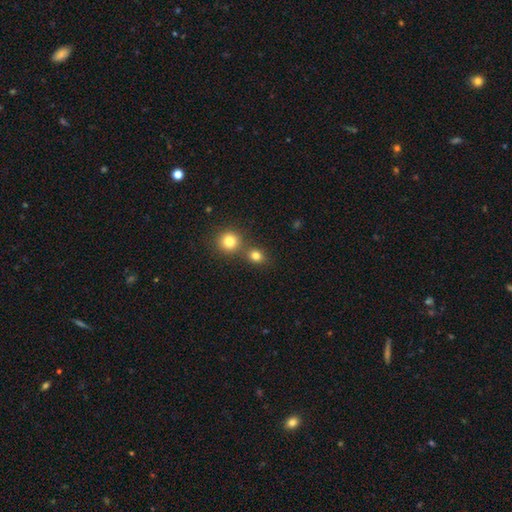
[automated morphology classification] type=smooth (81%); roundness=round (73%); merging=none (62%).